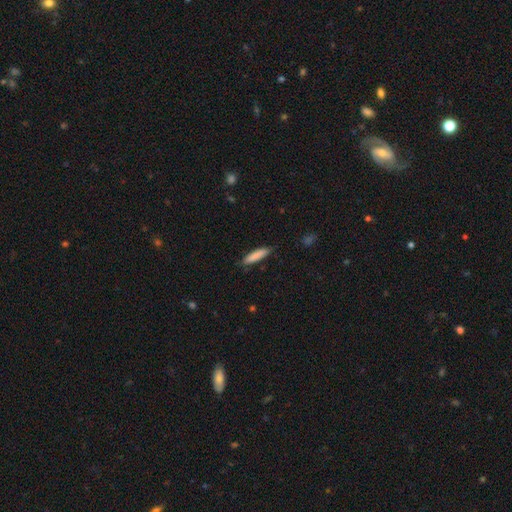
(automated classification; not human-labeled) This appears to be a smooth galaxy with no disk features (85%) that is cigar-shaped (80%). Merging: none (83%).